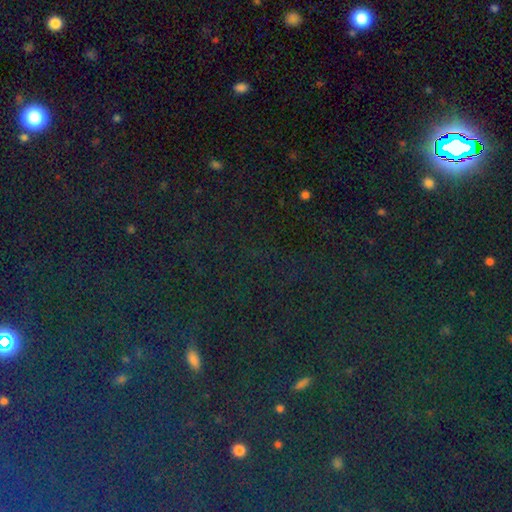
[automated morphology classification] smooth_or_featured: star or artifact (p=0.79) [alt: smooth p=0.13]